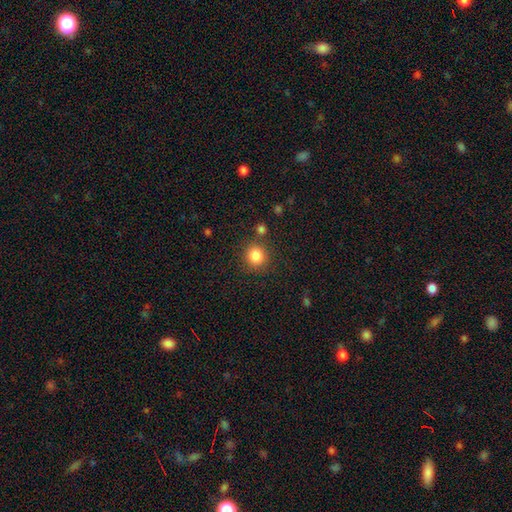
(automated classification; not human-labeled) Smooth or featured?
  - smooth: 84% *
  - star or artifact: 11%
  - featured or disk: 5%
How rounded?
  - round: 87% *
  - in between: 12%
  - cigar-shaped: 1%
Merging?
  - none: 83% *
  - minor disturbance: 8%
  - merger: 6%
  - major disturbance: 3%